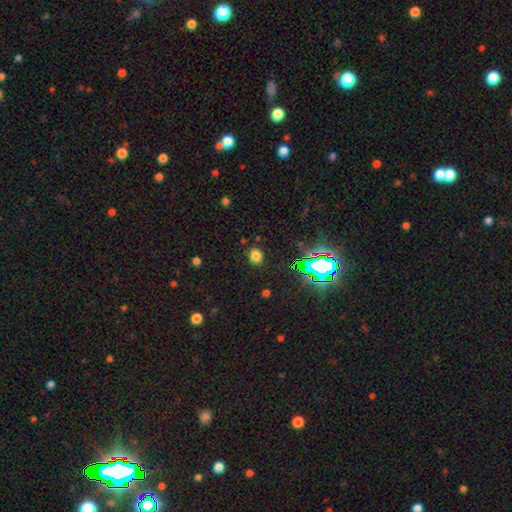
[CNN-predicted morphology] smooth-or-featured: smooth: 73% | star or artifact: 22% | featured or disk: 5%
  how-rounded: round: 67% | in between: 32% | cigar-shaped: 1%
  merging: none: 88% | minor disturbance: 8% | major disturbance: 3% | merger: 2%